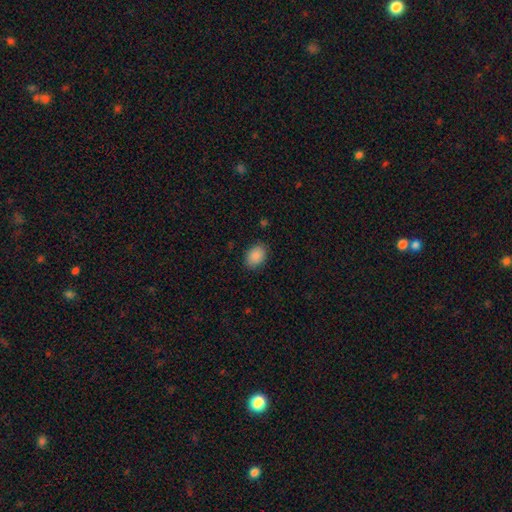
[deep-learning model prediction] Overall: smooth (89%). How rounded: in between (75%). Merging: none (85%).